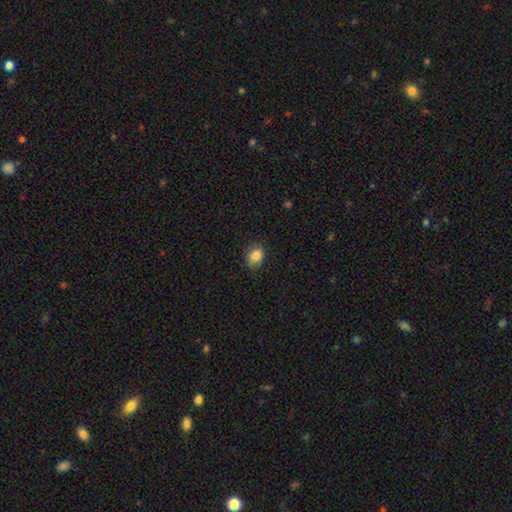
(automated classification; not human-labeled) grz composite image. It shows a smooth galaxy with no disk features (85%) that is in between round and cigar-shaped (51%). Merging: none (74%).